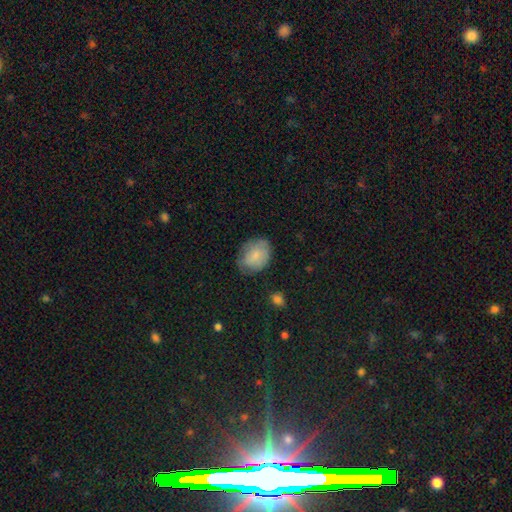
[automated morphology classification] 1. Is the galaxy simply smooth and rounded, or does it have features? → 78% smooth, 15% featured or disk, 7% star or artifact.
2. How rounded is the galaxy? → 59% in between, 40% round, 1% cigar-shaped.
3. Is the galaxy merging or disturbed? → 64% none, 28% minor disturbance, 7% major disturbance, 2% merger.